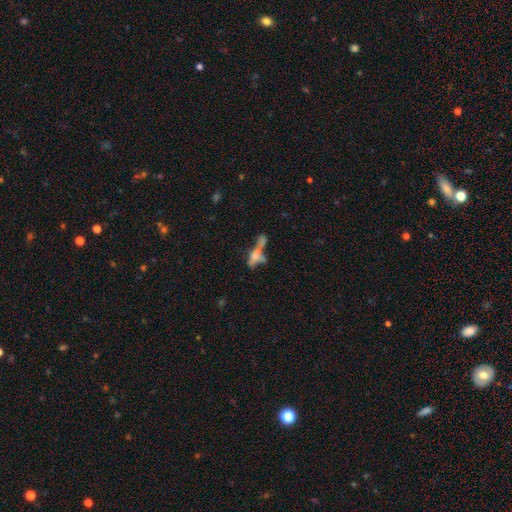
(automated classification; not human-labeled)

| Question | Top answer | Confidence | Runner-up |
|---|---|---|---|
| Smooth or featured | smooth | 48% | featured or disk (37%) |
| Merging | merger | 51% | none (23%) |